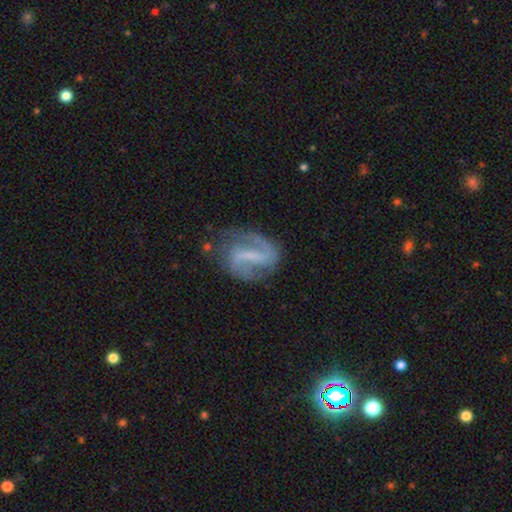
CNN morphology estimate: This appears to be a featured or disk galaxy (79%) with a strong bar (57%), 2 (85%) medium (46%) spiral arms (92%) and no central bulge (45%). Merging: none (72%).